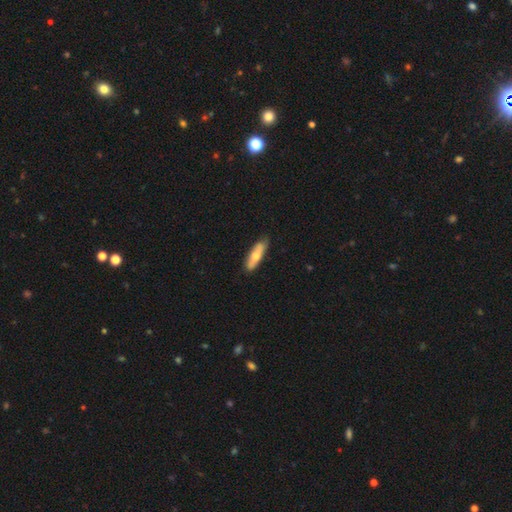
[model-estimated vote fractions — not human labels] smooth_or_featured: smooth (p=0.59) [alt: featured or disk p=0.36]
how_rounded: cigar-shaped (p=0.62) [alt: in between p=0.36]
merging: none (p=0.83) [alt: minor disturbance p=0.13]